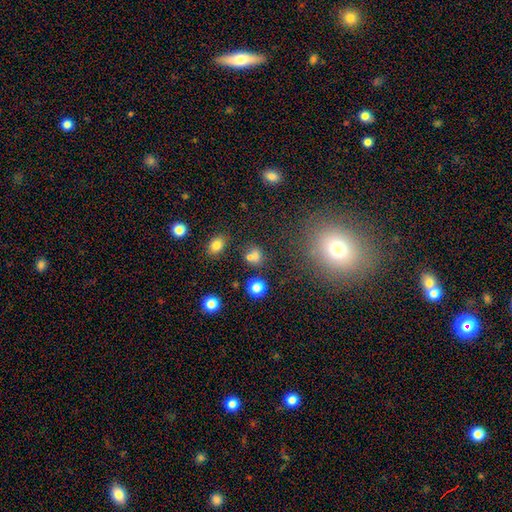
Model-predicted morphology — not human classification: Overall: smooth (66%). How rounded: round (64%; in between 35%). Merging: none (55%; merger 29%).